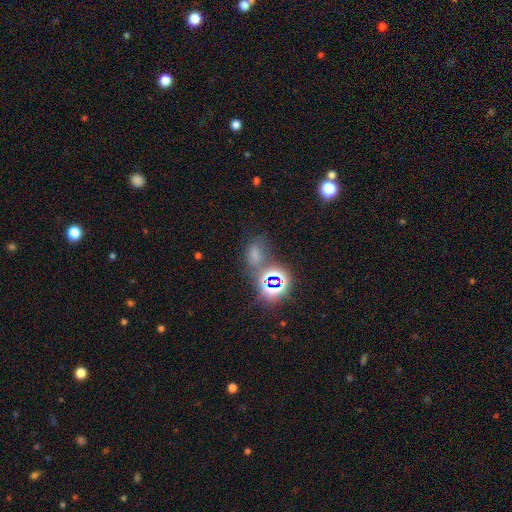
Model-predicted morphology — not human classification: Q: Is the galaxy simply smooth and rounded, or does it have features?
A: star or artifact — 44%, tied with smooth.